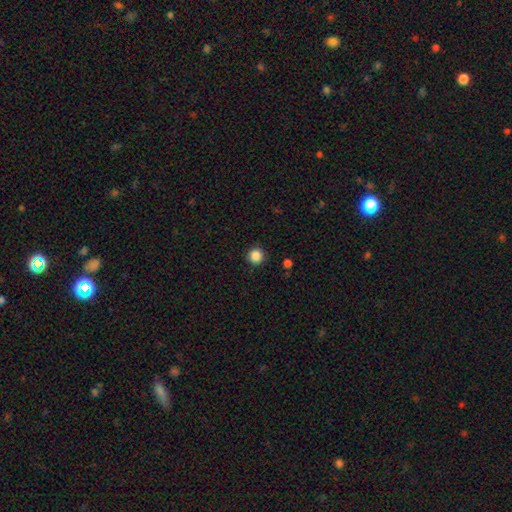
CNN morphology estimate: Smooth or featured? Predicted: smooth (p=0.87). How rounded? Predicted: round (p=0.95). Merging? Predicted: none (p=0.92).